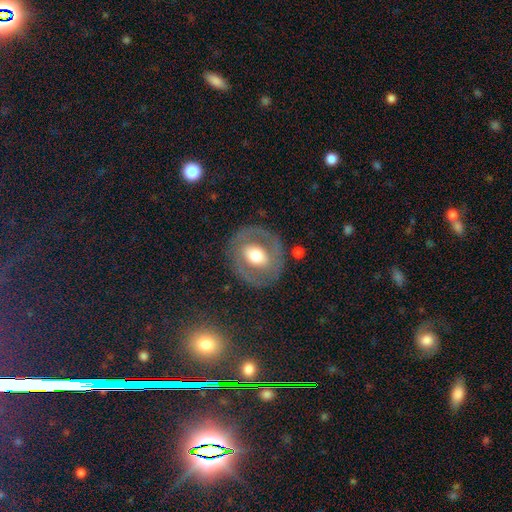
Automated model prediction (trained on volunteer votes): Smooth or featured?
  - featured or disk: 52% *
  - smooth: 41%
  - star or artifact: 7%
Edge-on disk?
  - no: 94% *
  - yes: 6%
Merging?
  - none: 78% *
  - minor disturbance: 12%
  - major disturbance: 8%
  - merger: 2%